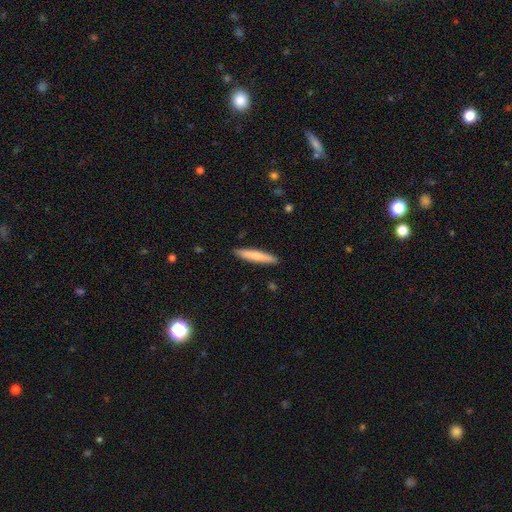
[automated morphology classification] Smooth or featured: smooth — 75% (featured or disk — 20%)
How rounded: cigar-shaped — 92% (in between — 7%)
Merging: none — 90% (minor disturbance — 7%)